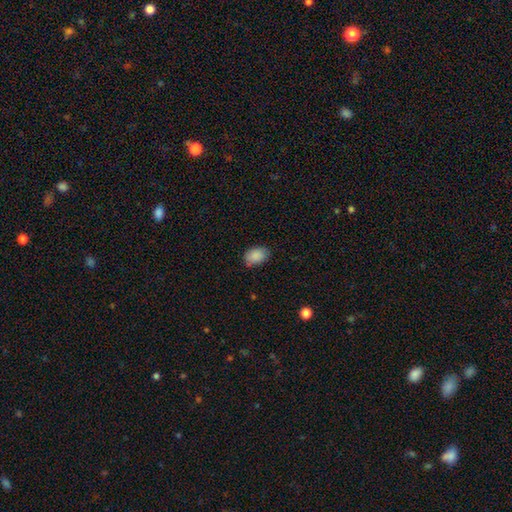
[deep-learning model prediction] Q: Smooth or featured?
A: smooth (88%); runner-up: star or artifact (7%)
Q: How rounded?
A: in between (84%); runner-up: round (15%)
Q: Merging?
A: none (78%); runner-up: minor disturbance (18%)